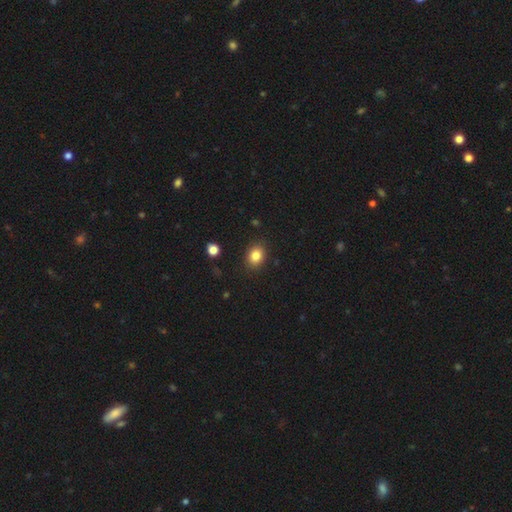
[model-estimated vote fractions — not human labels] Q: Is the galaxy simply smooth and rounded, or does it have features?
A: smooth — 83%.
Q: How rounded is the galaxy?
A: in between — 55%.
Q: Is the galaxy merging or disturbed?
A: none — 87%.